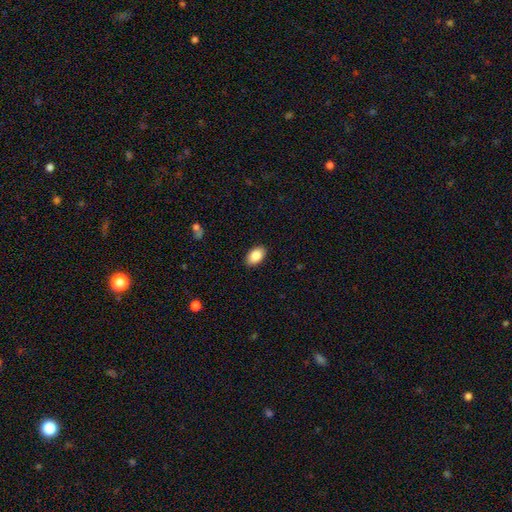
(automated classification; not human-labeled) smooth_or_featured: smooth (p=0.88) [alt: star or artifact p=0.07]
how_rounded: in between (p=0.92) [alt: round p=0.07]
merging: none (p=0.89) [alt: minor disturbance p=0.08]